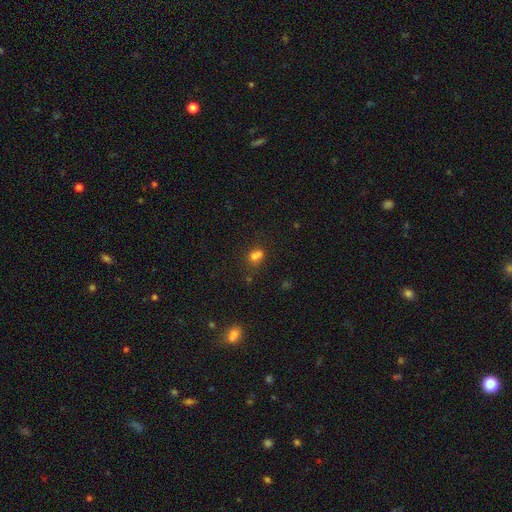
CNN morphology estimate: smooth-or-featured: smooth: 72% | star or artifact: 16% | featured or disk: 11%
  how-rounded: round: 57% | in between: 42% | cigar-shaped: 2%
  merging: merger: 44% | none: 38% | minor disturbance: 12% | major disturbance: 6%